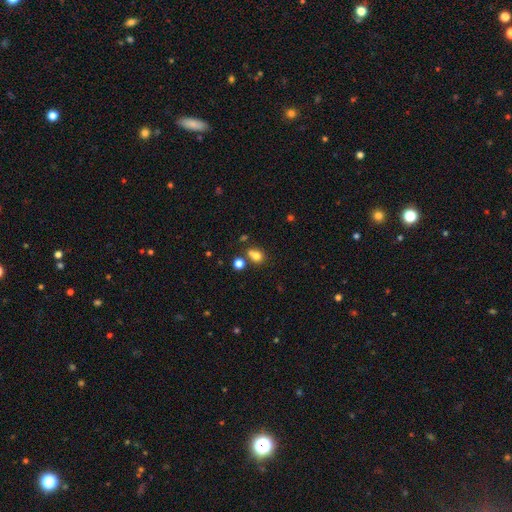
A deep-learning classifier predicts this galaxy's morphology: Overall: smooth (77%). How rounded: round (61%; in between 38%). Merging: none (53%; merger 30%).